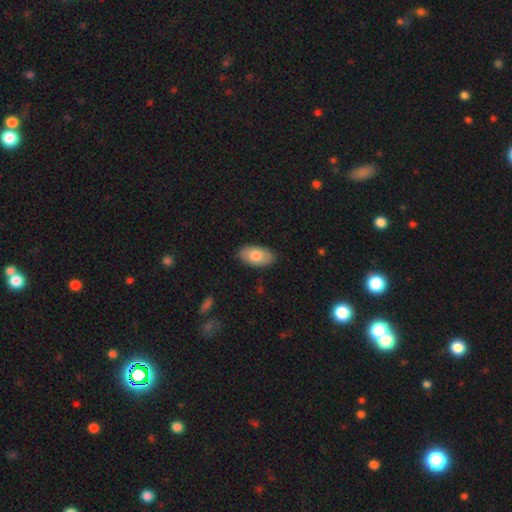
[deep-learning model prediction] Smooth or featured?
  - smooth: 75% *
  - featured or disk: 20%
  - star or artifact: 6%
How rounded?
  - in between: 94% *
  - round: 4%
  - cigar-shaped: 2%
Merging?
  - none: 85% *
  - minor disturbance: 12%
  - major disturbance: 2%
  - merger: 1%